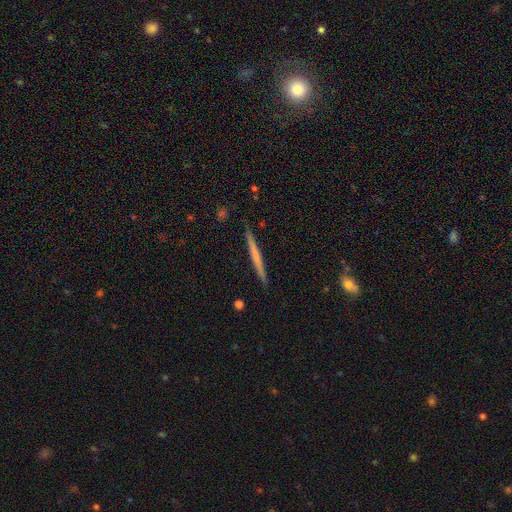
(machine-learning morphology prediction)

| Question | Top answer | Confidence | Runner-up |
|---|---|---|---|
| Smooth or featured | smooth | 47% | tied: featured or disk (47%) |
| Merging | none | 91% | minor disturbance (7%) |